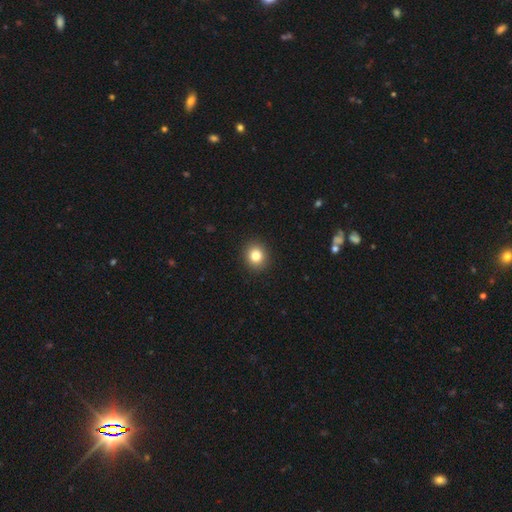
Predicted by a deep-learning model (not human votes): smooth-or-featured: smooth: 82% | star or artifact: 11% | featured or disk: 7%
  how-rounded: round: 83% | in between: 16% | cigar-shaped: 1%
  merging: none: 92% | minor disturbance: 5% | major disturbance: 2% | merger: 1%